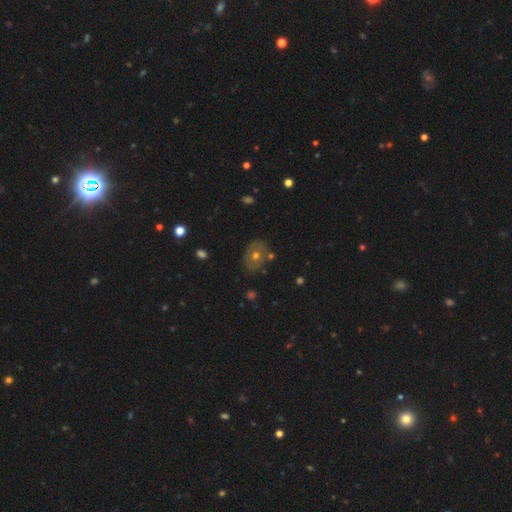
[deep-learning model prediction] Q: Smooth or featured?
A: smooth (45%); runner-up: featured or disk (40%)
Q: Merging?
A: none (76%); runner-up: minor disturbance (15%)